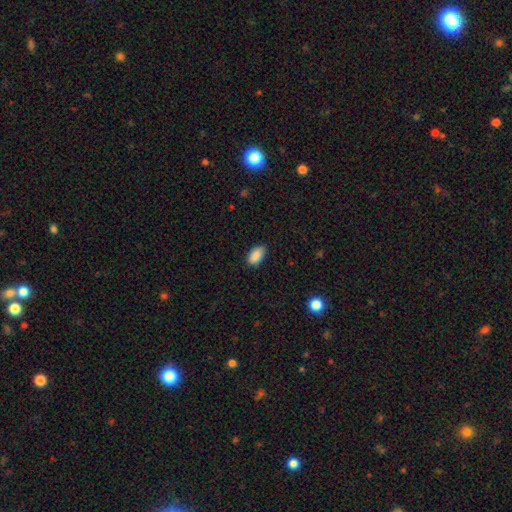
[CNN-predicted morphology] smooth 89%, star or artifact 7%, featured or disk 4%. Down the decision tree: how rounded — in between (93%); merging — none (84%).